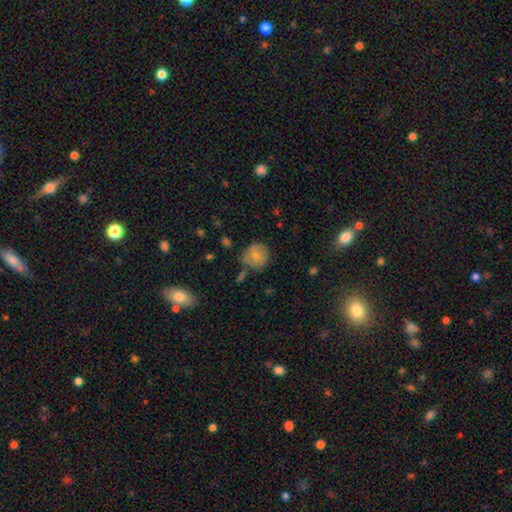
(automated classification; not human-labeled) Overall: smooth (69%). How rounded: round (86%). Merging: none (66%).